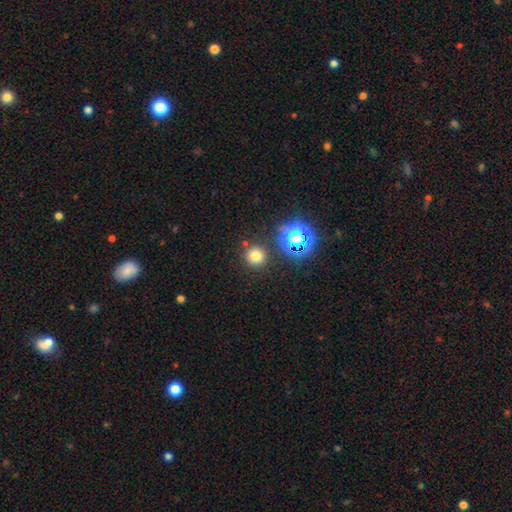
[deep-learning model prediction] smooth-or-featured: smooth: 71% | star or artifact: 22% | featured or disk: 7%
  how-rounded: round: 93% | in between: 6% | cigar-shaped: 1%
  merging: none: 85% | minor disturbance: 7% | merger: 5% | major disturbance: 3%